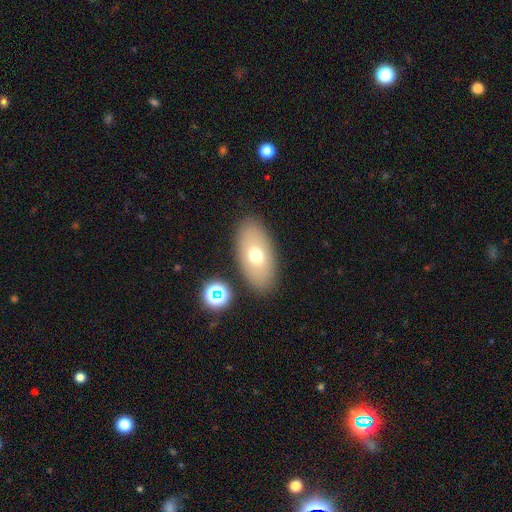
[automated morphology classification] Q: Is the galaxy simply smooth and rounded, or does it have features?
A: smooth — 67%.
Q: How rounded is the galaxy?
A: in between — 92%.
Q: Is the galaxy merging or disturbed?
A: none — 85%.